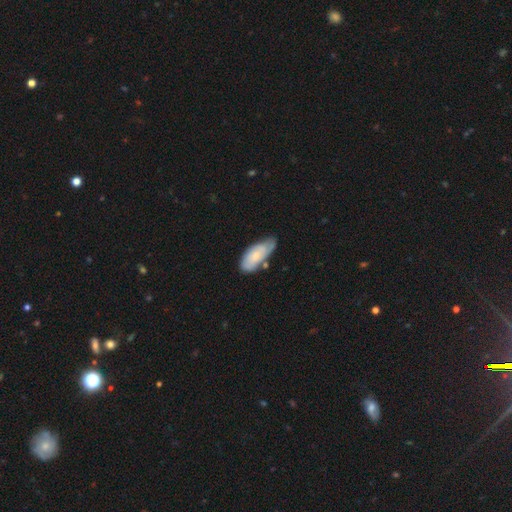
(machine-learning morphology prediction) Smooth or featured: smooth — 56% (featured or disk — 38%)
How rounded: in between — 86% (cigar-shaped — 12%)
Merging: none — 46% (minor disturbance — 36%)